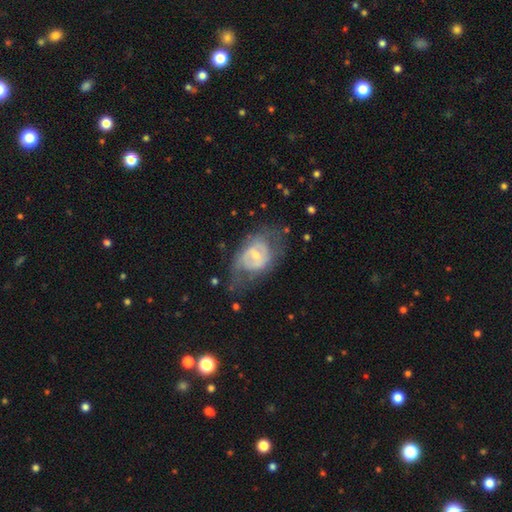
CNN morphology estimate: This is likely a featured or disk galaxy (69%). It is clearly not viewed edge-on (96%). Bar: possibly weak (48%). Spiral arm pattern: likely yes (64%). Central bulge: possibly small (51%). Merging: marginally none (44%).